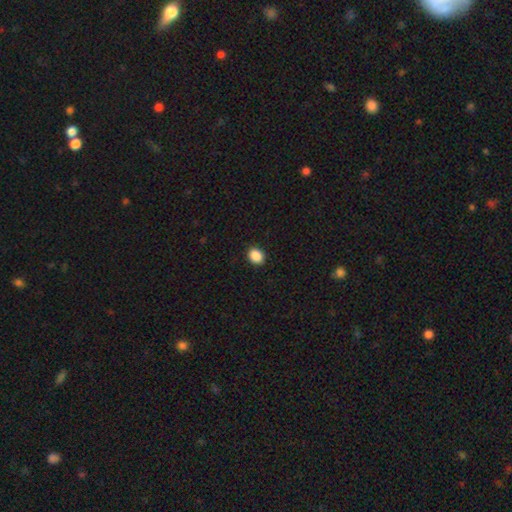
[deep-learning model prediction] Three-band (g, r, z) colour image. It shows a smooth galaxy with no disk features (89%) that is round (50%). Merging: none (91%).